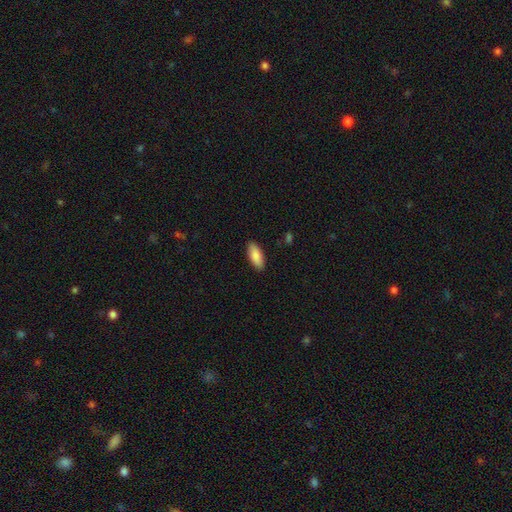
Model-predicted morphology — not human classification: The model was most divided on "how rounded": in between: 80%, cigar-shaped: 18%, round: 2%. More confident: merging — none (89%); smooth or featured — smooth (88%).